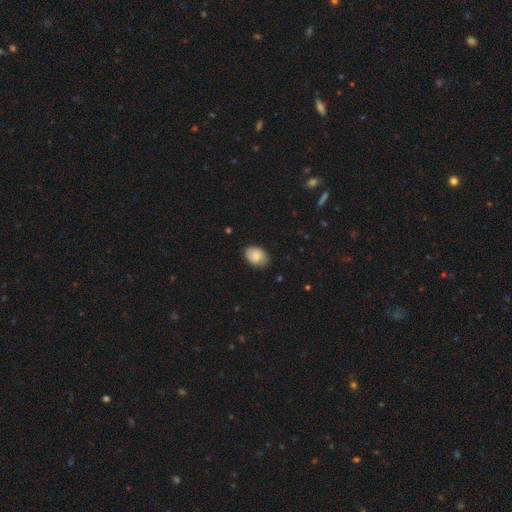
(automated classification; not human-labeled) Smooth or featured? smooth (84%)
How rounded? in between (77%)
Merging? none (79%)